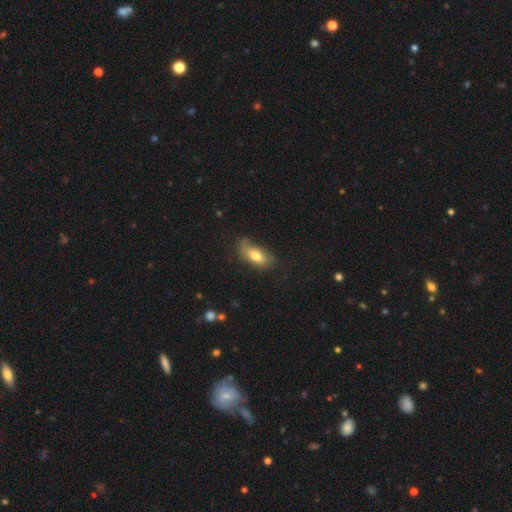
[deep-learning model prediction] smooth-or-featured: smooth: 74% | featured or disk: 19% | star or artifact: 8%
  how-rounded: in between: 82% | cigar-shaped: 14% | round: 4%
  merging: none: 56% | minor disturbance: 30% | major disturbance: 11% | merger: 3%